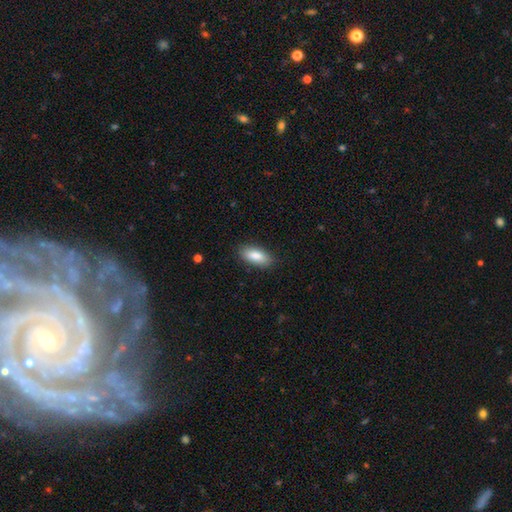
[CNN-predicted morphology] Smooth or featured? smooth (86%)
How rounded? in between (85%)
Merging? none (86%)